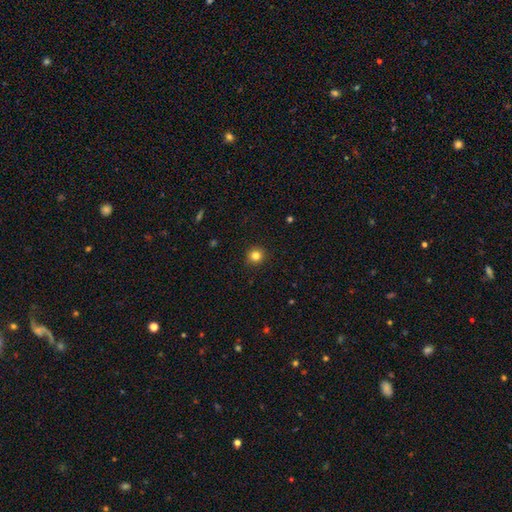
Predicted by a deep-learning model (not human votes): Smooth or featured: smooth — 82% (star or artifact — 13%)
How rounded: round — 94% (in between — 5%)
Merging: none — 92% (minor disturbance — 5%)